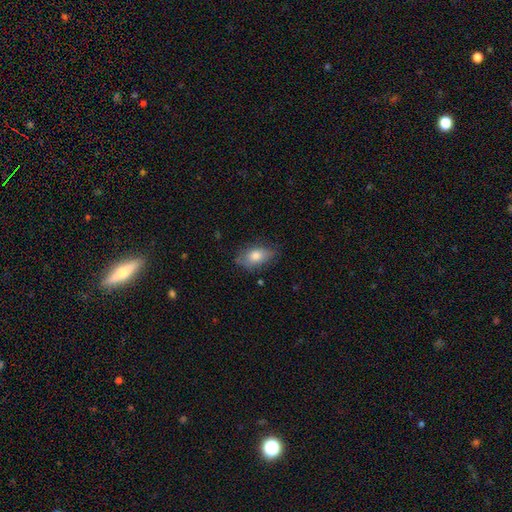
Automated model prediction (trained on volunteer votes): Morphology: type=smooth (76%); roundness=in between (89%); merging=none (69%).